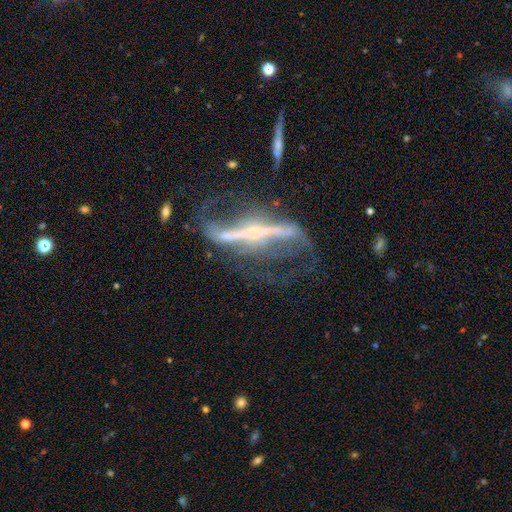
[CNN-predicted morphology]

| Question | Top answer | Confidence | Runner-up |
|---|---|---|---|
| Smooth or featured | featured or disk | 82% | smooth (10%) |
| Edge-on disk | no | 54% | yes (46%) |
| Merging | none | 45% | major disturbance (29%) |